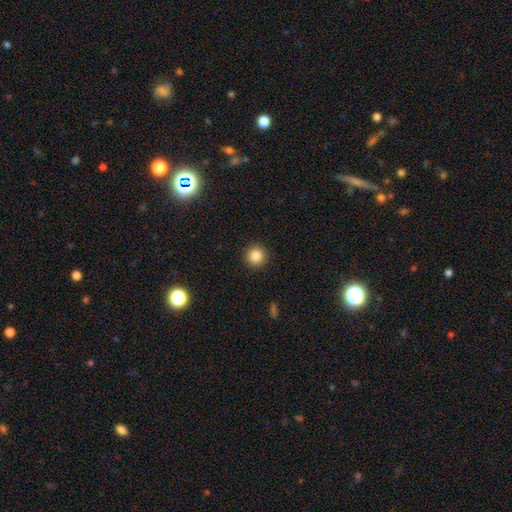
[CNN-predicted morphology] Smooth or featured?
  - smooth: 85% *
  - star or artifact: 10%
  - featured or disk: 4%
How rounded?
  - round: 95% *
  - in between: 4%
  - cigar-shaped: 1%
Merging?
  - none: 92% *
  - minor disturbance: 5%
  - major disturbance: 2%
  - merger: 1%